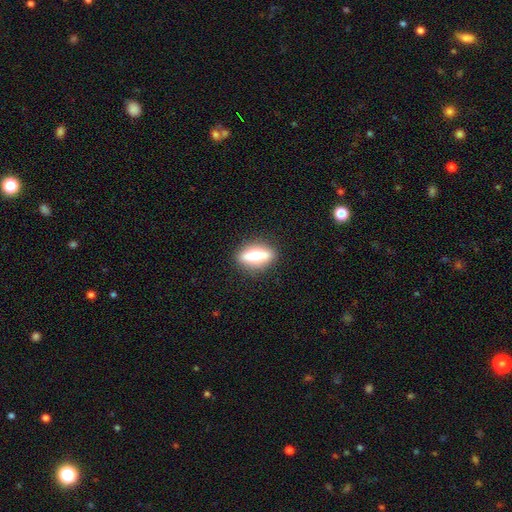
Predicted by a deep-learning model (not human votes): A smooth galaxy with no disk features (47%). Merging: none (88%).